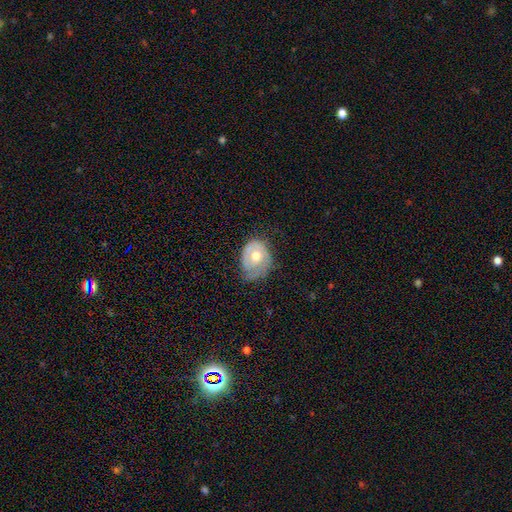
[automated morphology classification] Smooth or featured: smooth — 47% (featured or disk — 46%)
Merging: none — 44% (minor disturbance — 38%)